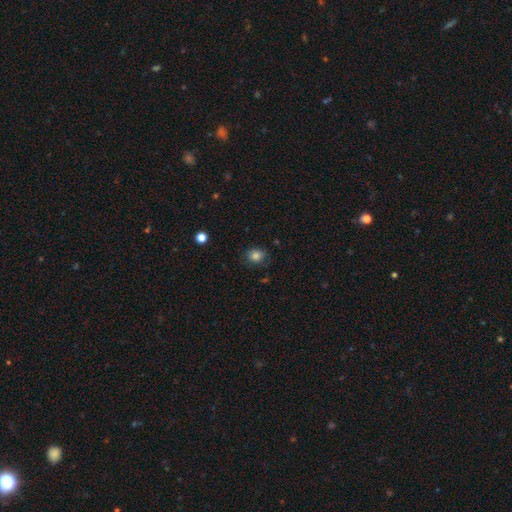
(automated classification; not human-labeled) Smooth or featured: smooth — 84% (star or artifact — 11%)
How rounded: round — 70% (in between — 30%)
Merging: none — 80% (minor disturbance — 15%)